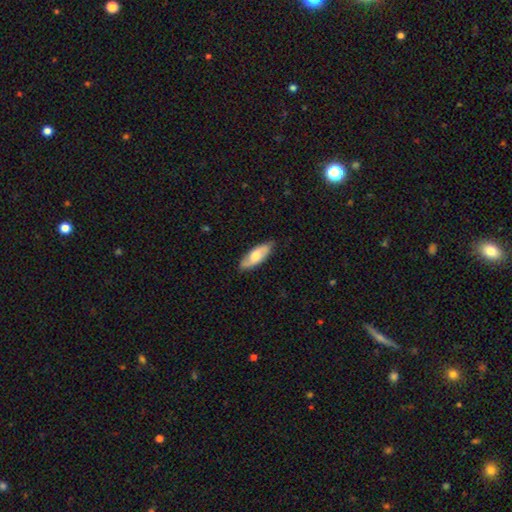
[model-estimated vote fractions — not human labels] smooth 57%, featured or disk 38%, star or artifact 5%. Down the decision tree: how rounded — in between (70%); merging — none (83%).